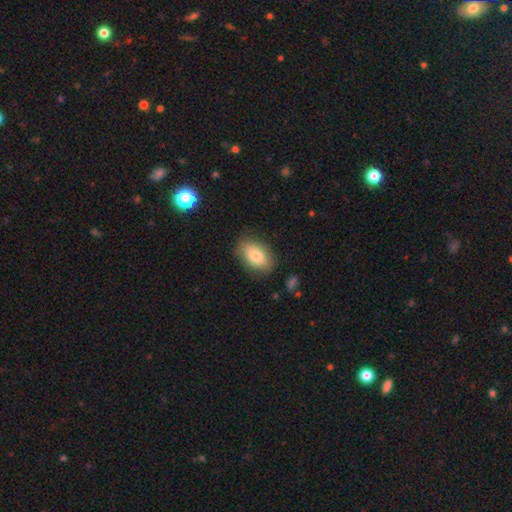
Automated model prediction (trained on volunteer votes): Smooth or featured?
  - smooth: 80% *
  - featured or disk: 12%
  - star or artifact: 7%
How rounded?
  - in between: 89% *
  - round: 9%
  - cigar-shaped: 2%
Merging?
  - none: 82% *
  - minor disturbance: 13%
  - major disturbance: 3%
  - merger: 1%